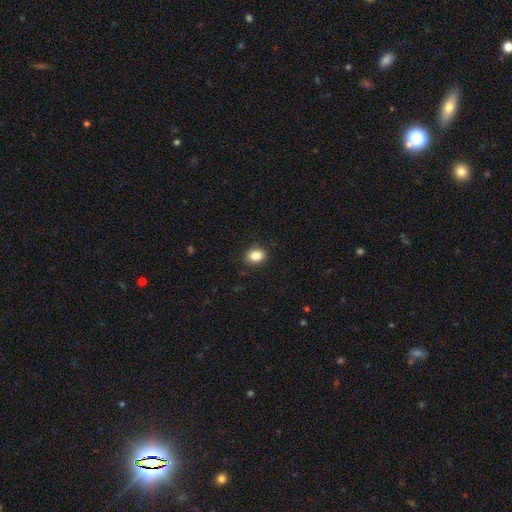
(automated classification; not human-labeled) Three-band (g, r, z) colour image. It shows a smooth galaxy with no disk features (86%) that is in between round and cigar-shaped (60%). Merging: none (88%).